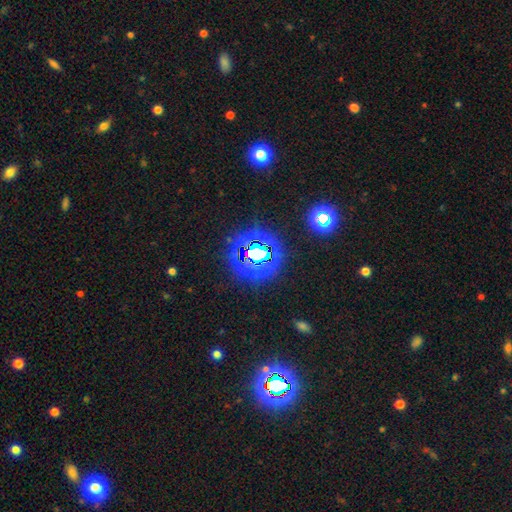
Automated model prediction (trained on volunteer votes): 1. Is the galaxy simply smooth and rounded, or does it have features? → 81% star or artifact, 12% smooth, 7% featured or disk.